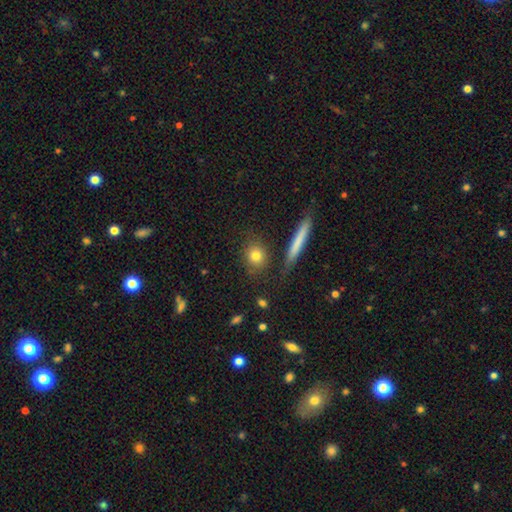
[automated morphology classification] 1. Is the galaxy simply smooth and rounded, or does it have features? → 79% smooth, 12% featured or disk, 9% star or artifact.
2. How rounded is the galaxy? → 69% round, 22% in between, 8% cigar-shaped.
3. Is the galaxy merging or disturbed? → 82% none, 10% minor disturbance, 5% merger, 3% major disturbance.